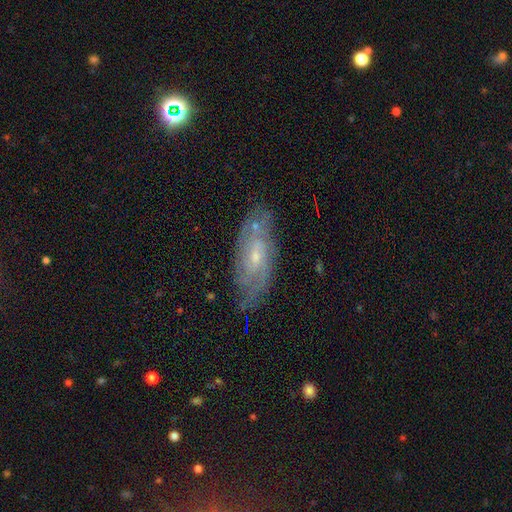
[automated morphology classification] featured or disk 78%, smooth 15%, star or artifact 7%. Down the decision tree: edge-on disk — no (89%); bar — no (53%); spiral arms — yes (91%); spiral arm count — can't tell (42%); spiral winding — tight (55%); bulge size — small (65%); merging — none (72%).